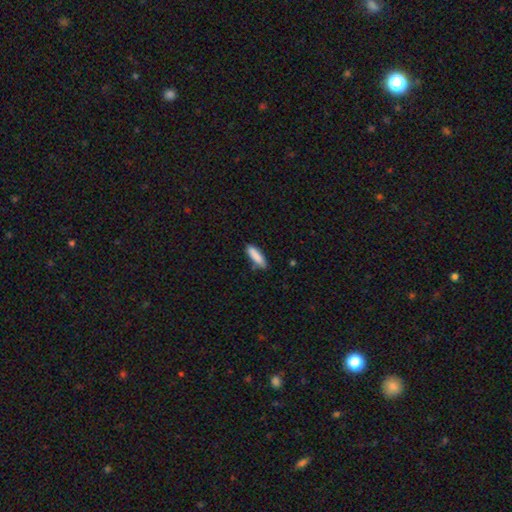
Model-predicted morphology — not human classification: The model was most divided on "how rounded": cigar-shaped: 61%, in between: 37%, round: 1%. More confident: smooth or featured — smooth (87%); merging — none (83%).